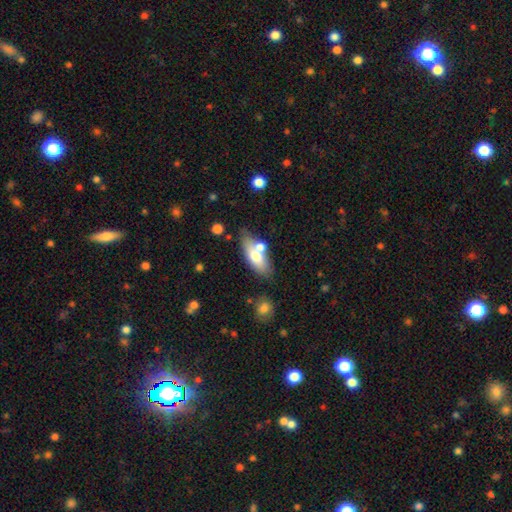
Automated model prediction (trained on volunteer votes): smooth_or_featured: smooth (p=0.67) [alt: featured or disk p=0.26]
how_rounded: in between (p=0.76) [alt: cigar-shaped p=0.21]
merging: none (p=0.57) [alt: merger p=0.22]